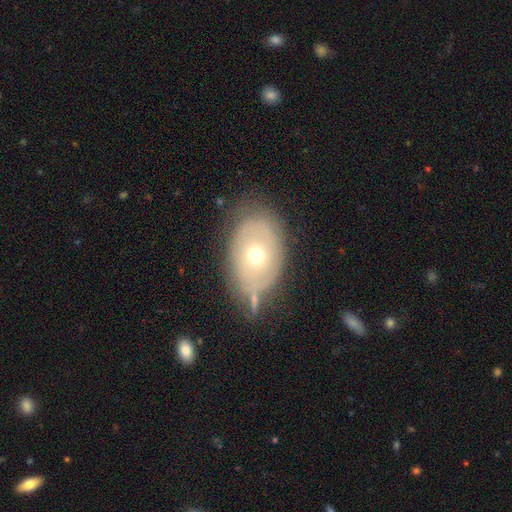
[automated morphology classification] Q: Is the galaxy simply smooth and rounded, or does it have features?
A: smooth — 46%.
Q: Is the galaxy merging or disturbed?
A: none — 59%.